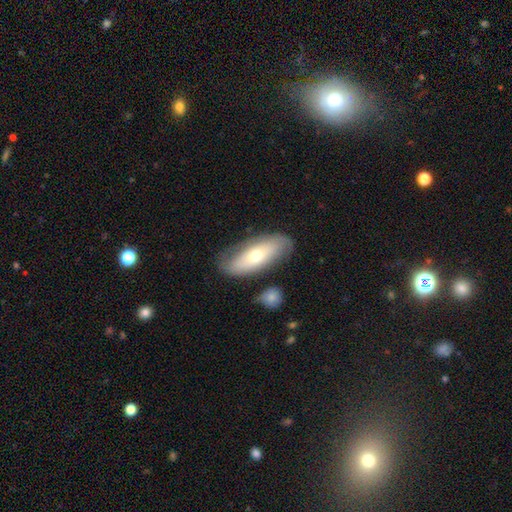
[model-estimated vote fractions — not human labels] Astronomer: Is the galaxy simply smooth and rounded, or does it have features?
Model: smooth — 54% (runner-up: featured or disk, 40%).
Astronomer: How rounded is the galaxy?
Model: in between — 77%.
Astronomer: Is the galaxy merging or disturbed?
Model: none — 73%.